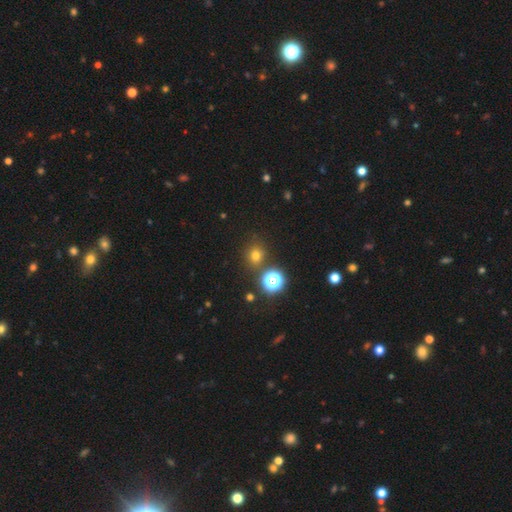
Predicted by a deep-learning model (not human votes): Smooth or featured?
  - smooth: 68% *
  - star or artifact: 25%
  - featured or disk: 7%
How rounded?
  - round: 84% *
  - in between: 15%
  - cigar-shaped: 1%
Merging?
  - none: 81% *
  - minor disturbance: 9%
  - merger: 6%
  - major disturbance: 3%